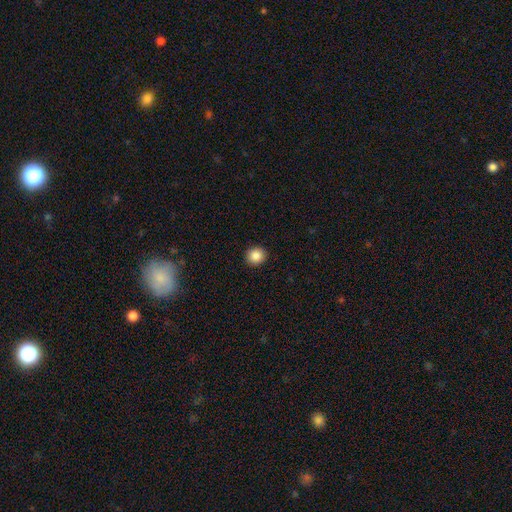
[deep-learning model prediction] This is clearly a smooth galaxy (87%). How rounded: clearly round (85%). Merging: clearly none (92%).